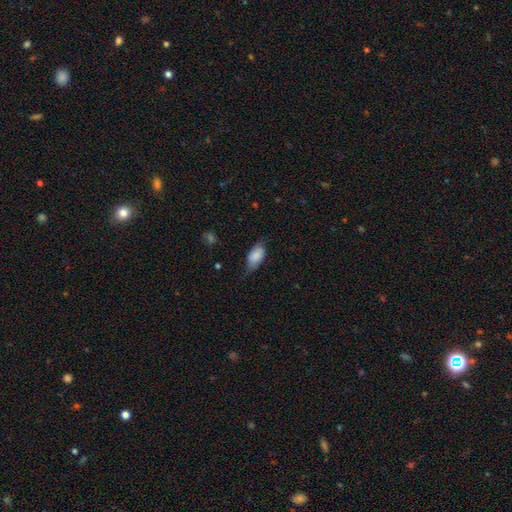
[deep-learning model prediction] smooth_or_featured: smooth (p=0.76) [alt: featured or disk p=0.17]
how_rounded: in between (p=0.91) [alt: cigar-shaped p=0.05]
merging: none (p=0.52) [alt: minor disturbance p=0.36]